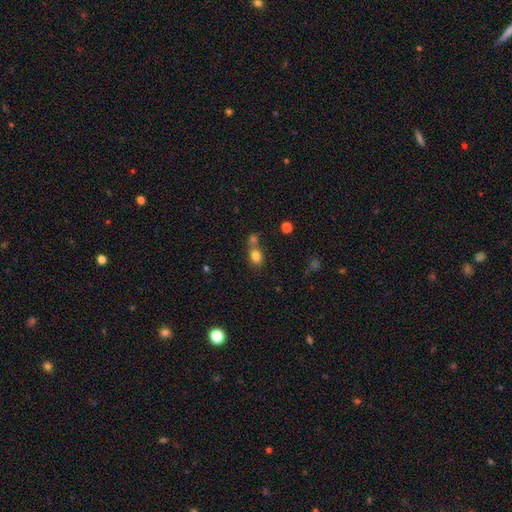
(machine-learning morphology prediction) smooth-or-featured: smooth: 80% | star or artifact: 12% | featured or disk: 8%
  how-rounded: round: 52% | in between: 46% | cigar-shaped: 1%
  merging: none: 46% | merger: 40% | minor disturbance: 10% | major disturbance: 5%